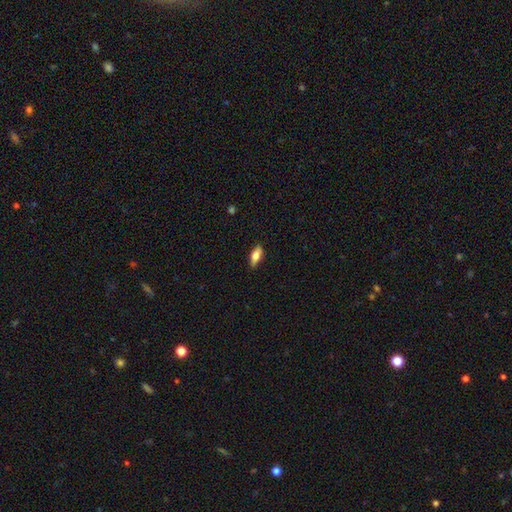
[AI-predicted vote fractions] Q: Smooth or featured?
A: smooth (65%); runner-up: featured or disk (28%)
Q: How rounded?
A: in between (71%); runner-up: cigar-shaped (26%)
Q: Merging?
A: none (86%); runner-up: minor disturbance (11%)